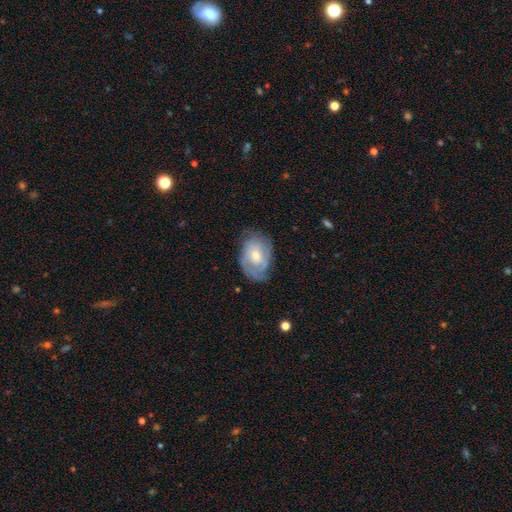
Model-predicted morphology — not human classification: A featured or disk galaxy (61%) with no bar (69%), spiral arms (77%) and a moderate central bulge (56%). Merging: none (62%).